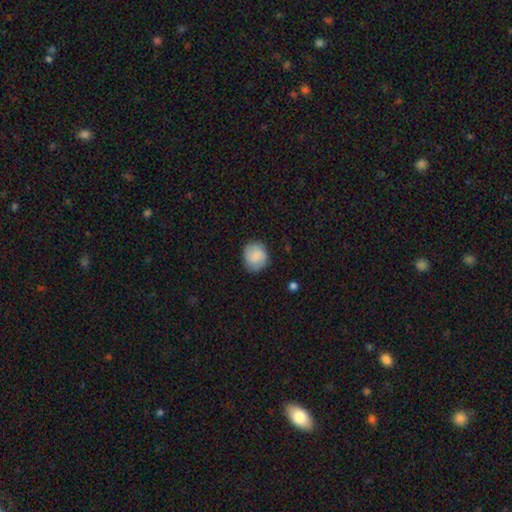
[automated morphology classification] This is clearly a smooth galaxy (82%). How rounded: clearly round (82%). Merging: clearly none (82%).